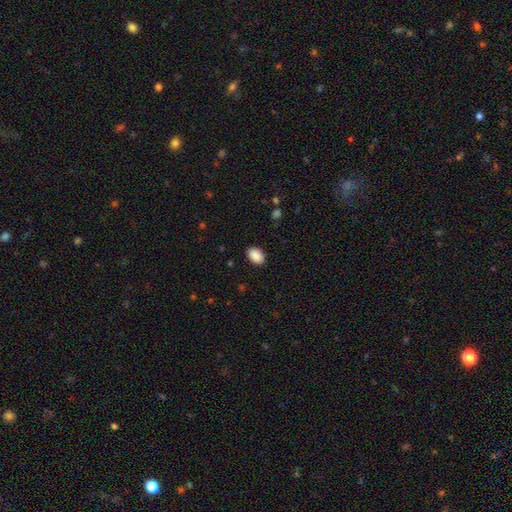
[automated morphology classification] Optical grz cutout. It shows a smooth galaxy with no disk features (90%) that is in between round and cigar-shaped (86%). Merging: none (89%).